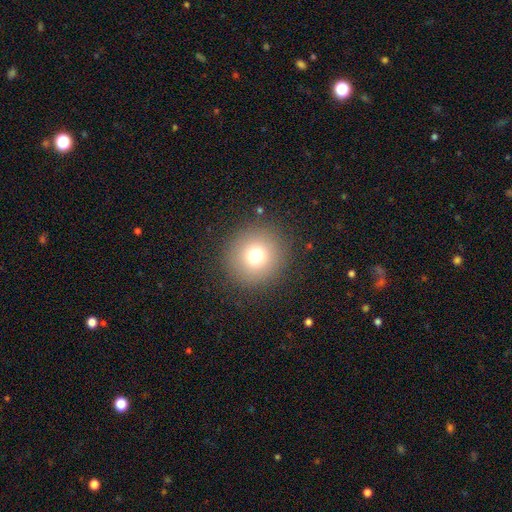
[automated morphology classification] This is likely a smooth galaxy (73%). How rounded: clearly round (95%). Merging: clearly none (89%).